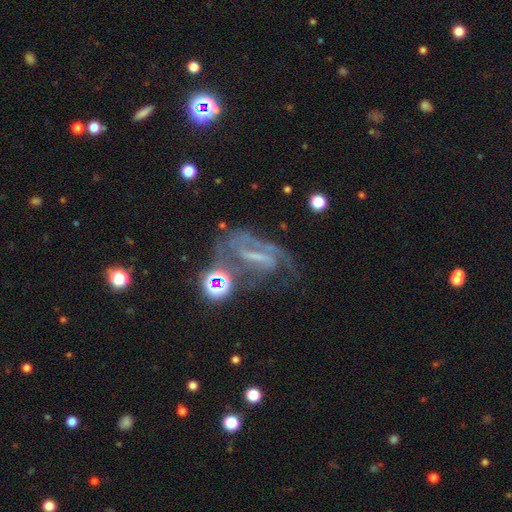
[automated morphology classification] The model was most divided on "bulge size": none: 42%, small: 37%, moderate: 17%, large: 2%, dominant: 1%. Remaining: edge-on disk — no (92%); spiral arms — yes (82%); smooth or featured — featured or disk (74%); spiral arm count — 2 (56%); bar — strong (52%); spiral winding — medium (45%); merging — none (42%).